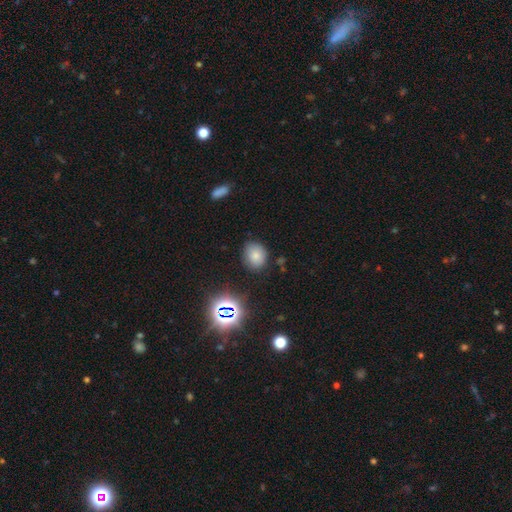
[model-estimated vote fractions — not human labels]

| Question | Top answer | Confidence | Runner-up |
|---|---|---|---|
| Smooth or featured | smooth | 77% | star or artifact (15%) |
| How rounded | round | 63% | in between (36%) |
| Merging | none | 81% | minor disturbance (13%) |